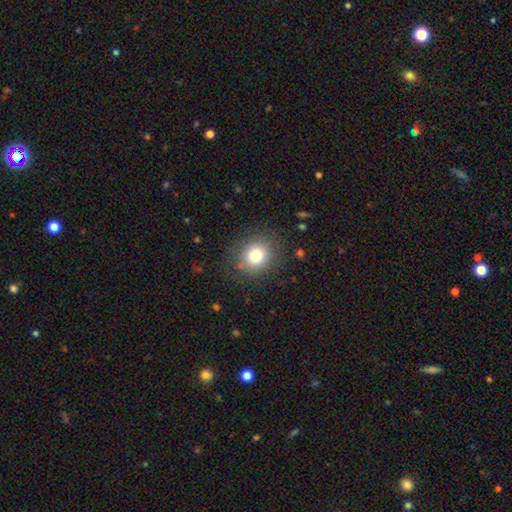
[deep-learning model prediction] Smooth or featured: smooth — 77% (star or artifact — 12%)
How rounded: round — 74% (in between — 25%)
Merging: none — 85% (minor disturbance — 10%)